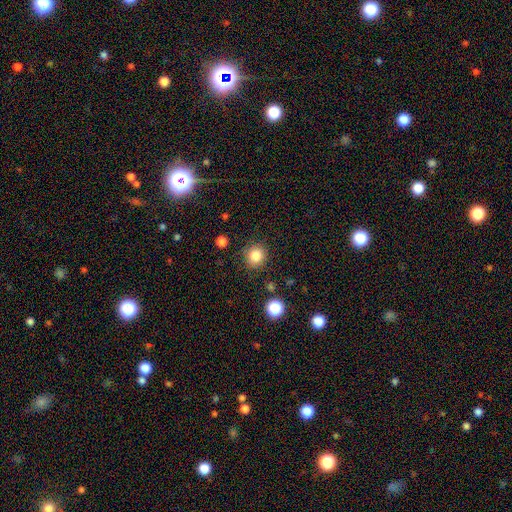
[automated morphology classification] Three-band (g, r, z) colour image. It shows a smooth galaxy with no disk features (83%) that is round (89%). Merging: none (87%).